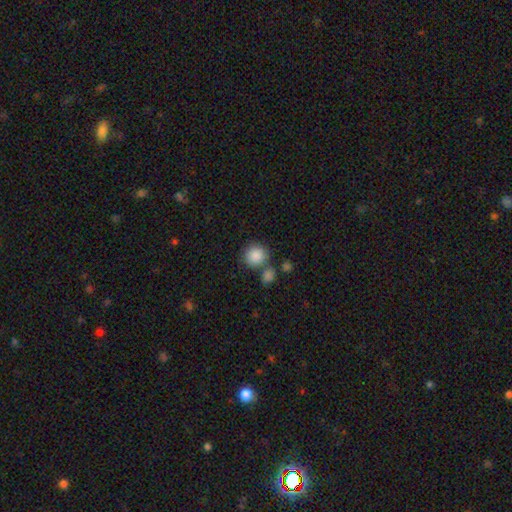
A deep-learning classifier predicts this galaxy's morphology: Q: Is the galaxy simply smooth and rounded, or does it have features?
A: smooth — 87%.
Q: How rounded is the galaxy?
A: round — 88%.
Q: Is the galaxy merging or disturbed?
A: none — 65%.